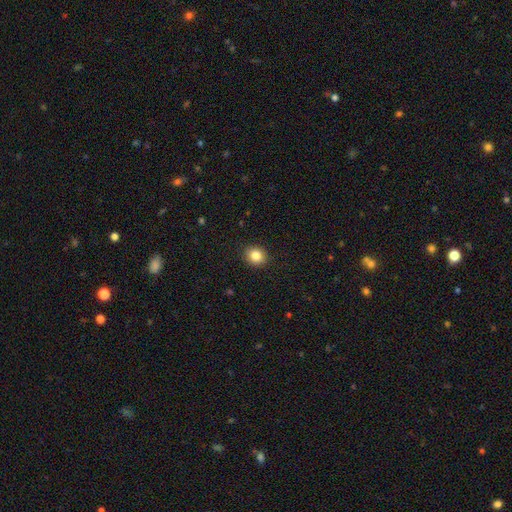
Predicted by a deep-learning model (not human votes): Q: Smooth or featured?
A: smooth (85%); runner-up: star or artifact (10%)
Q: How rounded?
A: round (73%); runner-up: in between (26%)
Q: Merging?
A: none (91%); runner-up: minor disturbance (6%)